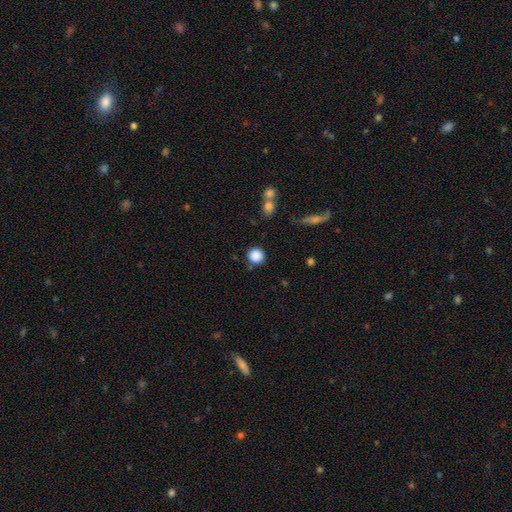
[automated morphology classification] Q: Smooth or featured?
A: smooth (87%); runner-up: star or artifact (10%)
Q: How rounded?
A: round (92%); runner-up: in between (7%)
Q: Merging?
A: none (83%); runner-up: minor disturbance (8%)